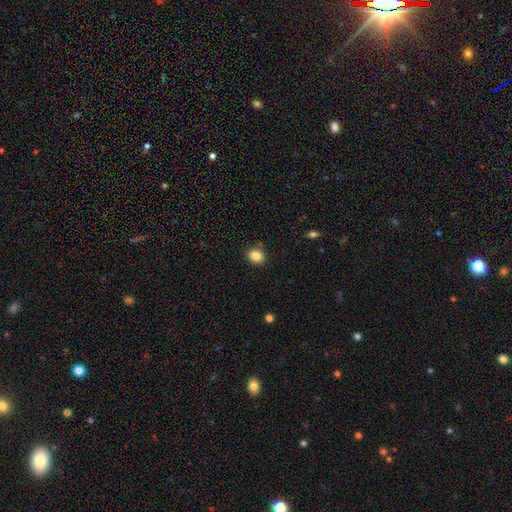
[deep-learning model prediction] Smooth or featured: smooth — 84% (star or artifact — 11%)
How rounded: round — 70% (in between — 29%)
Merging: none — 86% (minor disturbance — 9%)